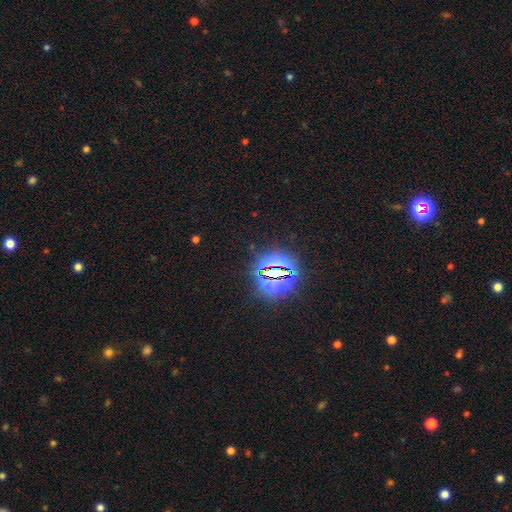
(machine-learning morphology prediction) star or artifact 86%, smooth 8%, featured or disk 6%.